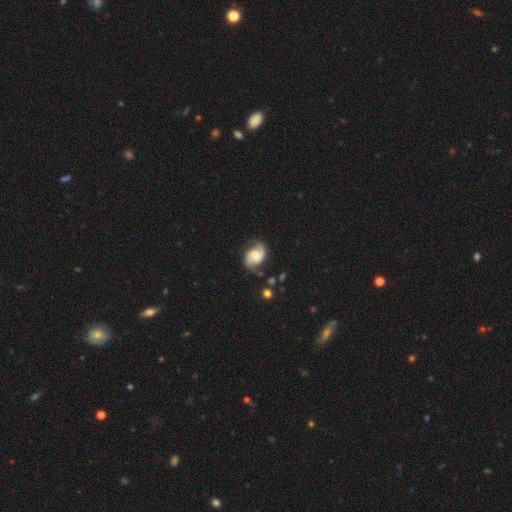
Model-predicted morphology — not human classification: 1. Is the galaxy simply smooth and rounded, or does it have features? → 67% featured or disk, 26% smooth, 7% star or artifact.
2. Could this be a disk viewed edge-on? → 97% no, 3% yes.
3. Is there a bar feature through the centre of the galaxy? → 60% no, 32% weak, 8% strong.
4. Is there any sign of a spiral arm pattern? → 91% yes, 9% no.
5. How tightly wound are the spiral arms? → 43% medium, 29% loose, 28% tight.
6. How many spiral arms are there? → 86% 2, 7% can't tell, 4% 1, 1% 3, 1% 4, 1% more than 4.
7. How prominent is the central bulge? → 58% moderate, 28% small, 9% large, 3% none, 2% dominant.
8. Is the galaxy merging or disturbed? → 68% none, 21% minor disturbance, 8% major disturbance, 2% merger.